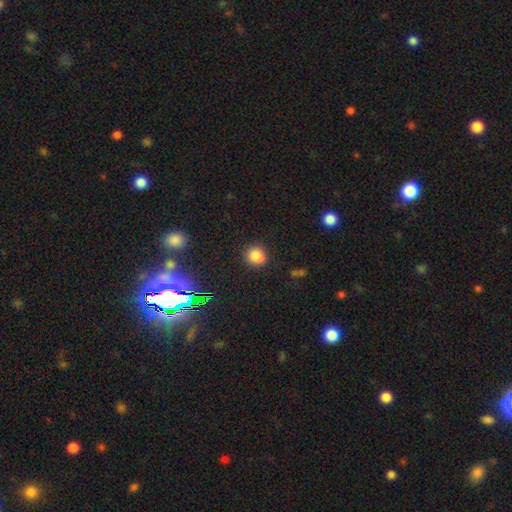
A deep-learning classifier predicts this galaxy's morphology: The model was most divided on "merging": none: 72%, minor disturbance: 13%, merger: 10%, major disturbance: 4%. More confident: how rounded — round (84%); smooth or featured — smooth (79%).